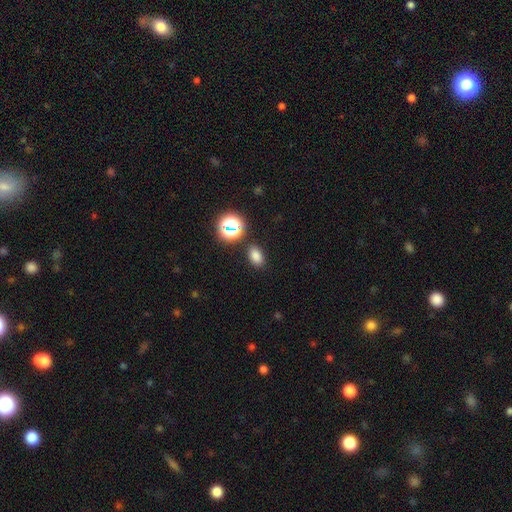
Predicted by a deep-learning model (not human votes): Smooth or featured? smooth (76%)
How rounded? in between (82%)
Merging? none (84%)